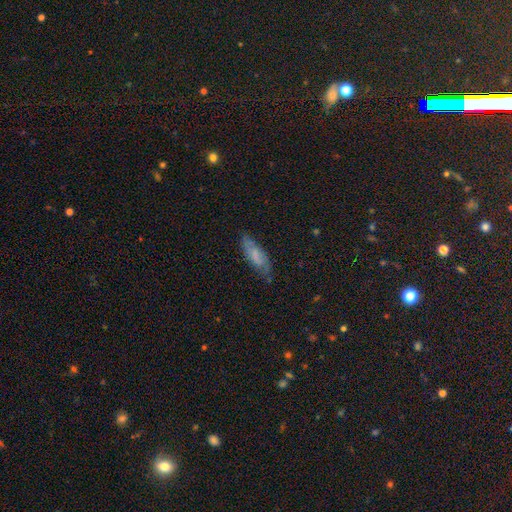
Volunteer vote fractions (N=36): smooth 72%, featured or disk 25%, star or artifact 3%. Down the decision tree: how rounded — in between (50%, tied with cigar-shaped); merging — none (77%).